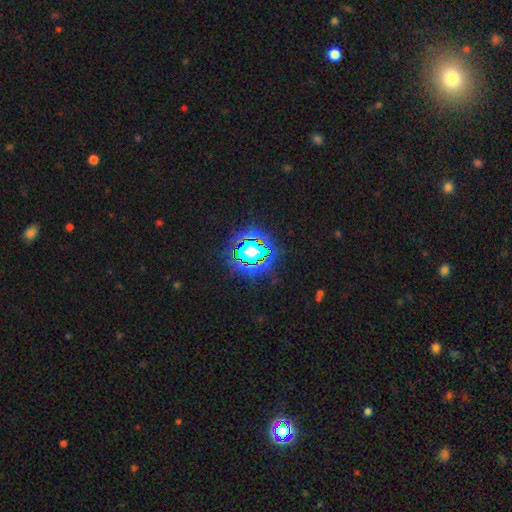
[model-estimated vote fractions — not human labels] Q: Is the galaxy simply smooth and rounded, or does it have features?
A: star or artifact — 82%.